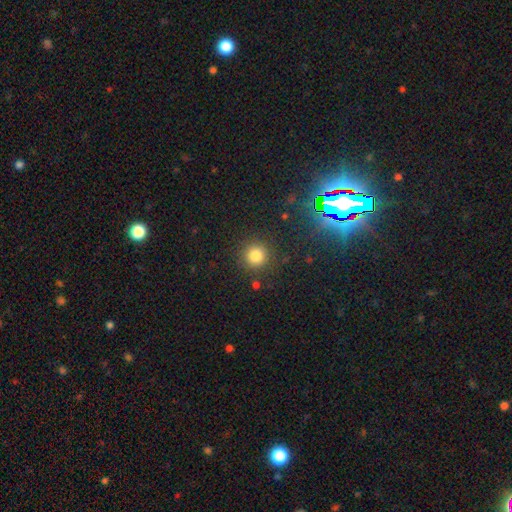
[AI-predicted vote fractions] Q: Smooth or featured?
A: smooth (79%); runner-up: star or artifact (15%)
Q: How rounded?
A: round (94%); runner-up: in between (5%)
Q: Merging?
A: none (87%); runner-up: minor disturbance (7%)